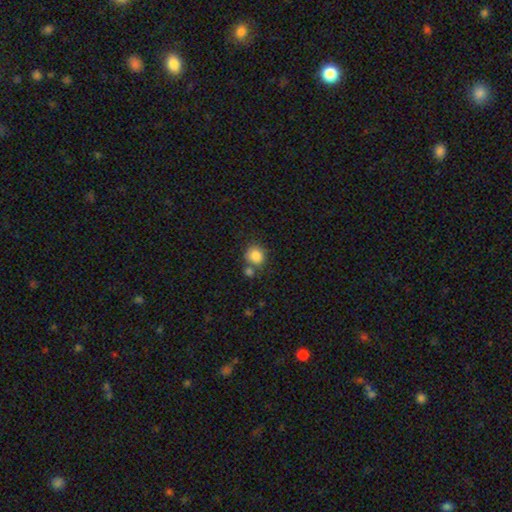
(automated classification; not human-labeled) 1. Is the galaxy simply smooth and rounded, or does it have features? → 84% smooth, 10% star or artifact, 6% featured or disk.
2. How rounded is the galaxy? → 85% round, 14% in between, 1% cigar-shaped.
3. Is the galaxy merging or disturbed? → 62% none, 22% merger, 12% minor disturbance, 4% major disturbance.